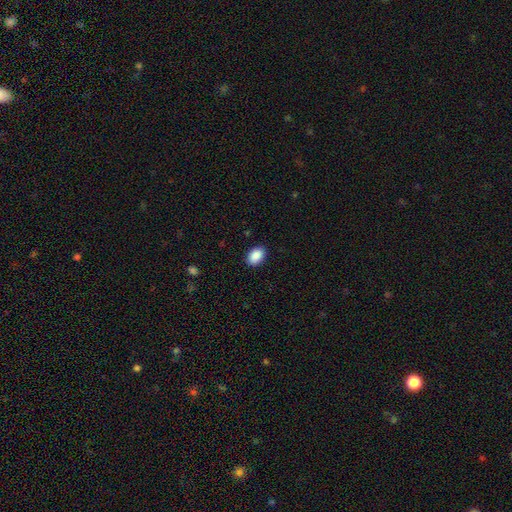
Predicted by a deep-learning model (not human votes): Morphology: type=smooth (90%); roundness=in between (86%); merging=none (89%).